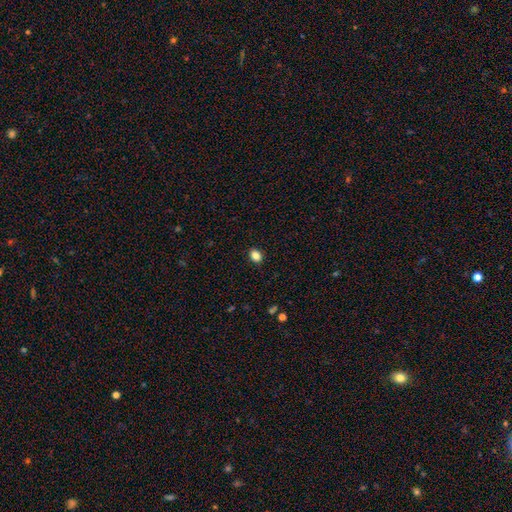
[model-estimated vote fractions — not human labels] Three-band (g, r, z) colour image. It shows a smooth galaxy with no disk features (85%) that is in between round and cigar-shaped (63%). Merging: none (90%).